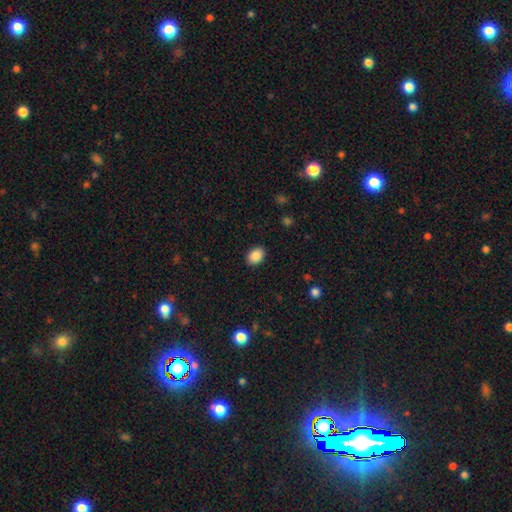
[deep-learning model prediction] Overall: smooth (89%). How rounded: in between (76%). Merging: none (89%).